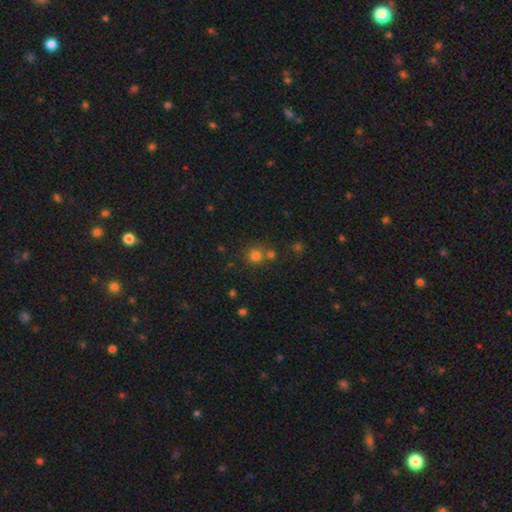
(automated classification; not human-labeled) Q: Smooth or featured?
A: smooth (75%); runner-up: star or artifact (18%)
Q: How rounded?
A: round (87%); runner-up: in between (12%)
Q: Merging?
A: none (63%); runner-up: merger (25%)